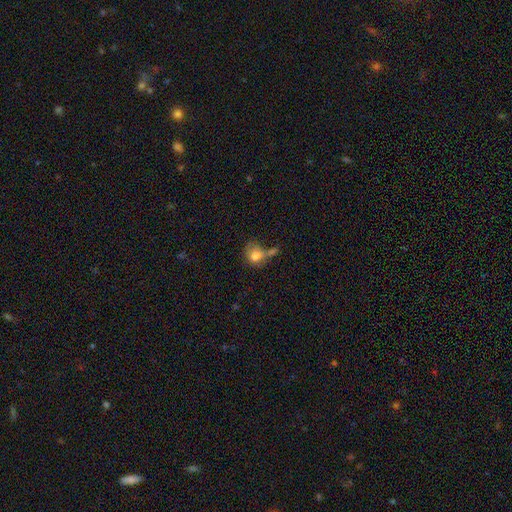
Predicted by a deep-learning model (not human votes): Smooth or featured? smooth (75%)
How rounded? round (51%)
Merging? none (29%, tied with merger)